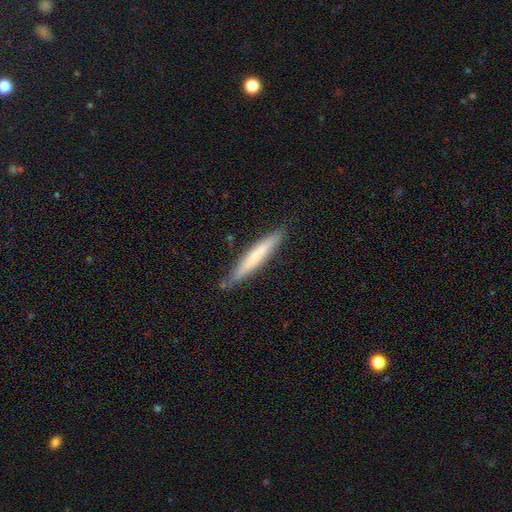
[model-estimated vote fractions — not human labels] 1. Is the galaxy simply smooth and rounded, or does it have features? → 62% smooth, 32% featured or disk, 6% star or artifact.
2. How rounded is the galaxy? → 94% cigar-shaped, 4% in between, 1% round.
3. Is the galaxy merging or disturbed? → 85% none, 12% minor disturbance, 2% major disturbance, 2% merger.